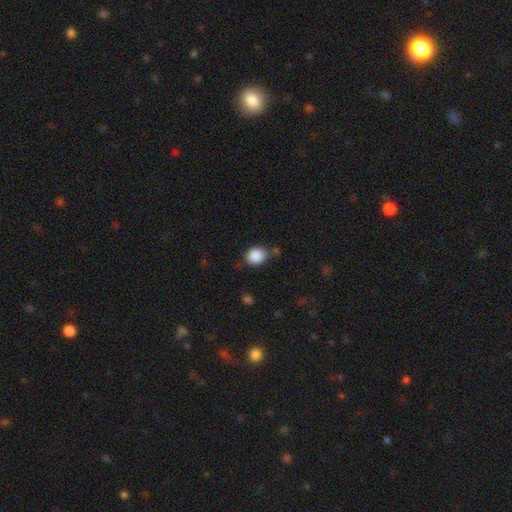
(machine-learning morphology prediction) Overall: smooth (87%). How rounded: round (57%; in between 42%). Merging: none (74%).